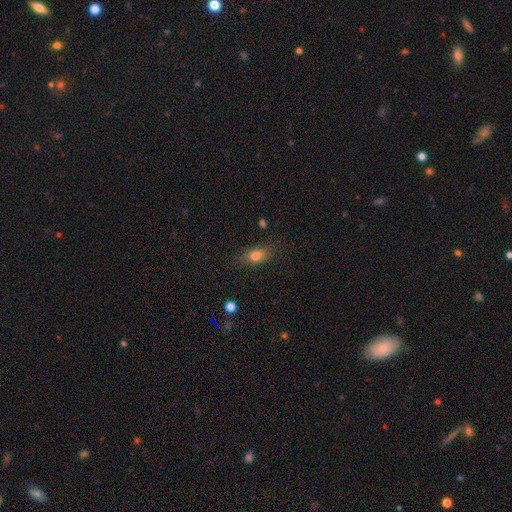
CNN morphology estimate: Q: Smooth or featured?
A: smooth (77%); runner-up: featured or disk (13%)
Q: How rounded?
A: in between (72%); runner-up: round (17%)
Q: Merging?
A: none (77%); runner-up: minor disturbance (16%)